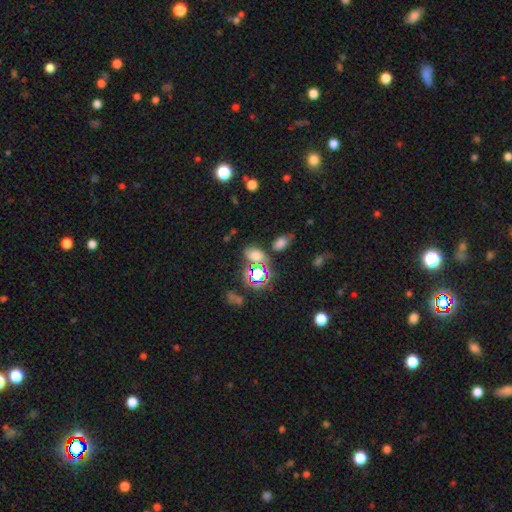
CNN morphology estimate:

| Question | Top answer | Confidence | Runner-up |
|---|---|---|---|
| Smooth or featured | smooth | 47% | star or artifact (38%) |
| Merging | none | 49% | merger (21%) |